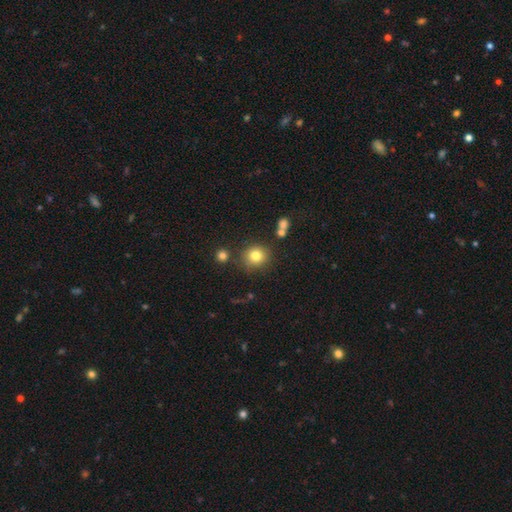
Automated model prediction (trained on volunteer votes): Smooth or featured: smooth — 80% (star or artifact — 12%)
How rounded: round — 86% (in between — 13%)
Merging: none — 80% (minor disturbance — 10%)